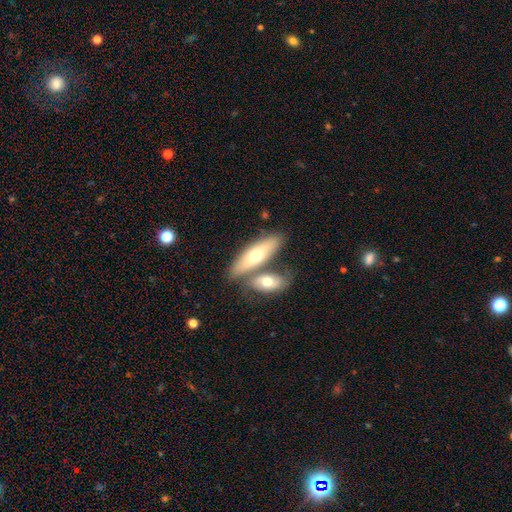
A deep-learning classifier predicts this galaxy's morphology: This appears to be a smooth galaxy with no disk features (57%) that is in between round and cigar-shaped (56%). Merging: none (51%).